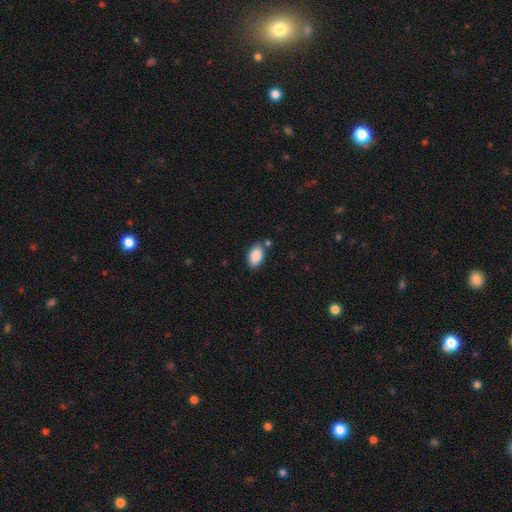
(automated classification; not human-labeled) smooth-or-featured: smooth: 89% | star or artifact: 7% | featured or disk: 4%
  how-rounded: in between: 93% | round: 5% | cigar-shaped: 2%
  merging: none: 78% | minor disturbance: 13% | merger: 6% | major disturbance: 3%